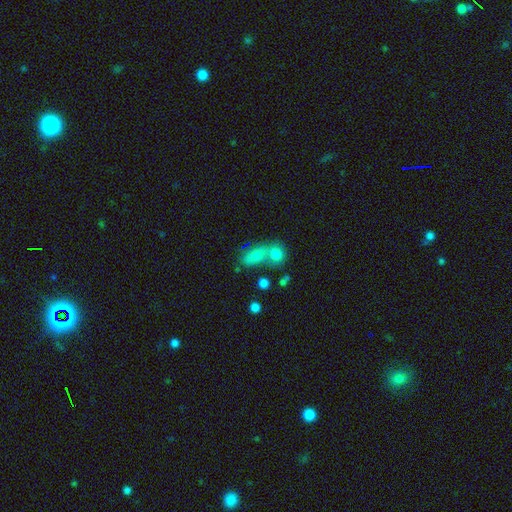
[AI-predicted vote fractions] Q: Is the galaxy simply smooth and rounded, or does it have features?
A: smooth — 75%.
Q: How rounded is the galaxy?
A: in between — 78%.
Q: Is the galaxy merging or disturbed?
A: merger — 49%.